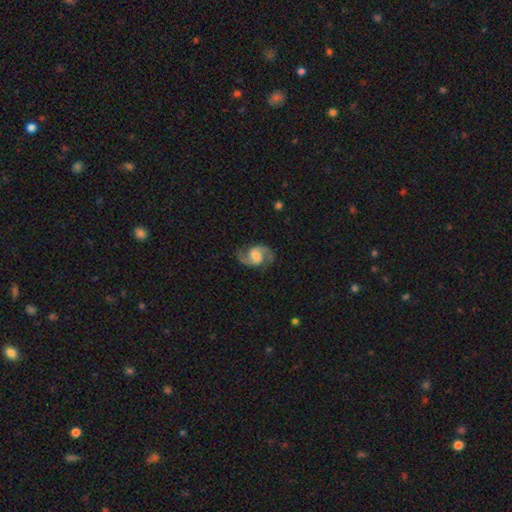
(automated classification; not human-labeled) smooth-or-featured: featured or disk: 88% | smooth: 7% | star or artifact: 5%
  disk-edge-on: no: 98% | yes: 2%
    bar: weak: 49% | no: 37% | strong: 14%
    has-spiral-arms: yes: 97% | no: 3%
      spiral-winding: medium: 56% | loose: 32% | tight: 12%
      spiral-arm-count: 2: 94% | can't tell: 2% | 1: 1% | 3: 1% | 4: 1% | more than 4: 1%
    bulge-size: moderate: 42% | small: 28% | large: 14% | none: 14% | dominant: 2%
  merging: none: 82% | minor disturbance: 12% | major disturbance: 5% | merger: 1%